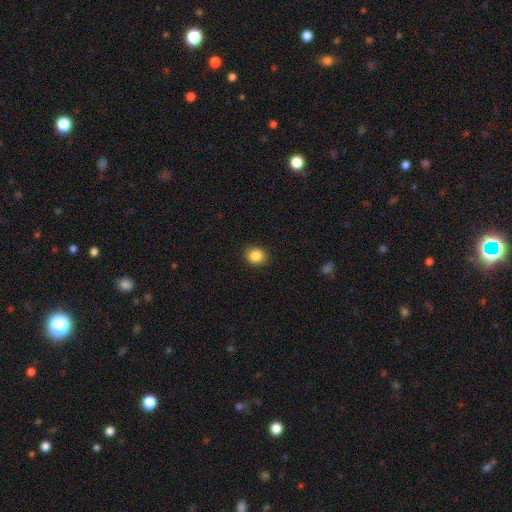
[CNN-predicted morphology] Overall: smooth (87%). How rounded: round (76%). Merging: none (90%).